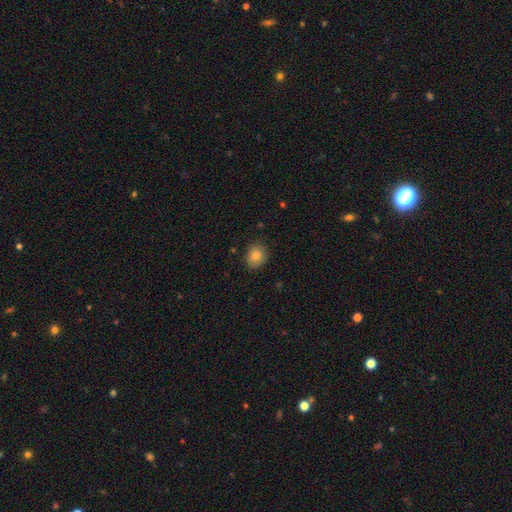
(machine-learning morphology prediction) A smooth galaxy with no disk features (81%) that is round (60%).

Vote fractions:
- Smooth or featured? smooth: 81% / star or artifact: 10% / featured or disk: 9%
- How rounded? round: 60% / in between: 39% / cigar-shaped: 1%
- Merging? none: 85% / minor disturbance: 11% / major disturbance: 2% / merger: 1%